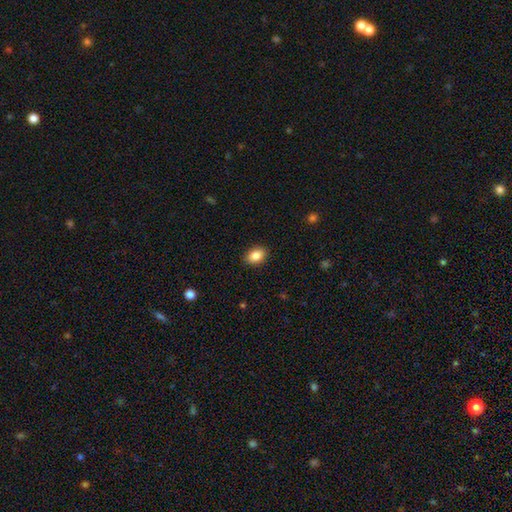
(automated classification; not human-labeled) Smooth or featured?
  - smooth: 86% *
  - star or artifact: 8%
  - featured or disk: 6%
How rounded?
  - in between: 83% *
  - round: 16%
  - cigar-shaped: 1%
Merging?
  - none: 89% *
  - minor disturbance: 8%
  - major disturbance: 2%
  - merger: 1%